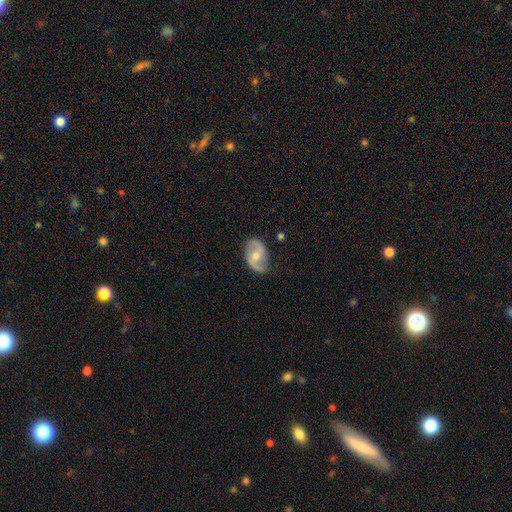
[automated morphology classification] The model was most divided on "bar": no: 46%, weak: 41%, strong: 12%. More confident: edge-on disk — no (97%); spiral arms — yes (93%); spiral arm count — 2 (92%); smooth or featured — featured or disk (81%); merging — none (80%); bulge size — moderate (56%); spiral winding — loose (50%).